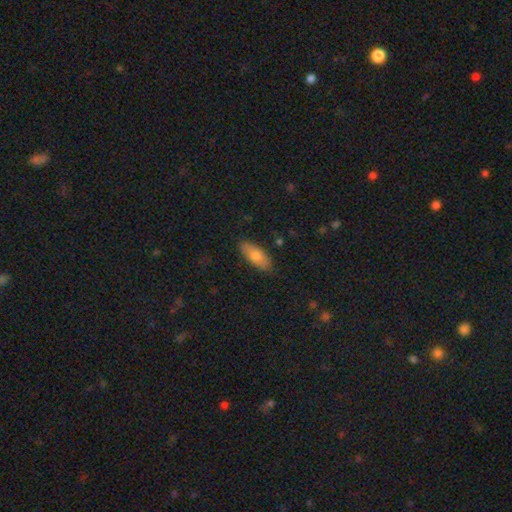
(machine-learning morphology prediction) smooth 75%, featured or disk 19%, star or artifact 7%. Down the decision tree: how rounded — in between (78%); merging — none (86%).